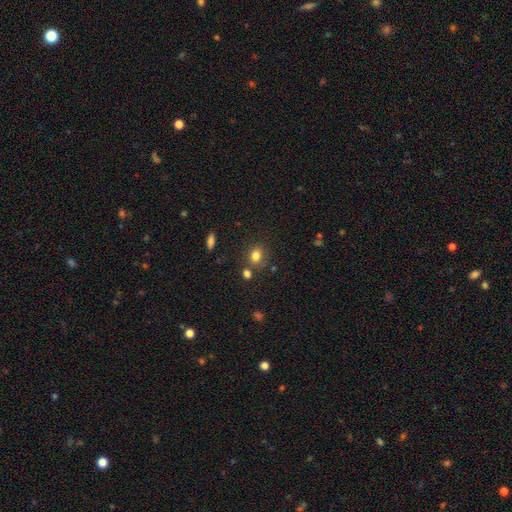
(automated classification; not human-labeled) Overall: smooth (80%). How rounded: round (59%; in between 39%). Merging: none (71%).